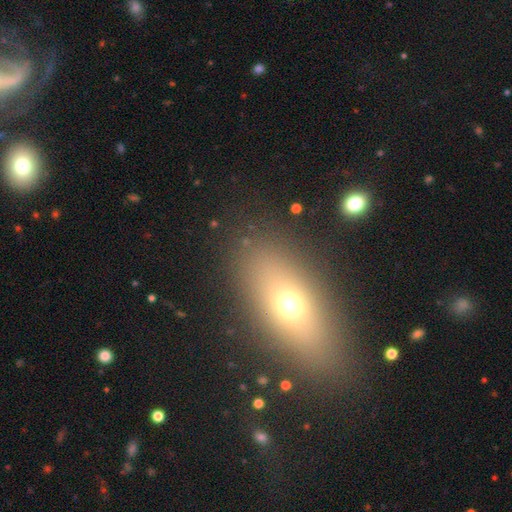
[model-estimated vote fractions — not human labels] The model was most divided on "smooth or featured": smooth: 63%, featured or disk: 21%, star or artifact: 16%. More confident: merging — none (84%); how rounded — in between (67%).